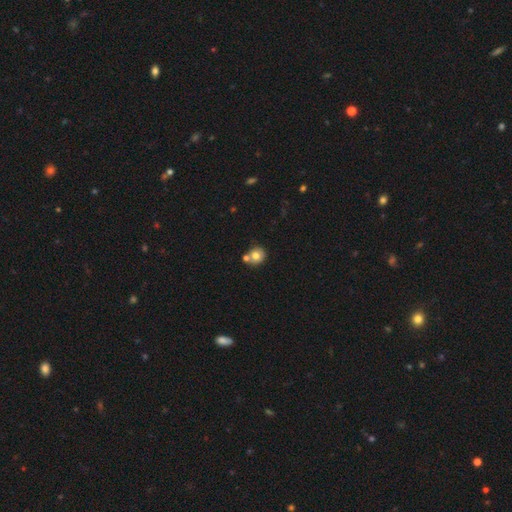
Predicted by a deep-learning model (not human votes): smooth_or_featured: smooth (p=0.74) [alt: featured or disk p=0.16]
how_rounded: round (p=0.84) [alt: in between p=0.15]
merging: none (p=0.56) [alt: merger p=0.30]